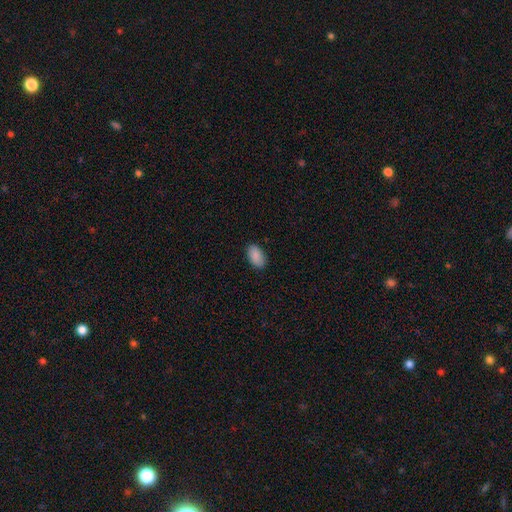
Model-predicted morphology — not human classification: smooth-or-featured: smooth: 90% | star or artifact: 7% | featured or disk: 3%
  how-rounded: in between: 94% | round: 5% | cigar-shaped: 2%
  merging: none: 86% | minor disturbance: 11% | major disturbance: 2% | merger: 1%